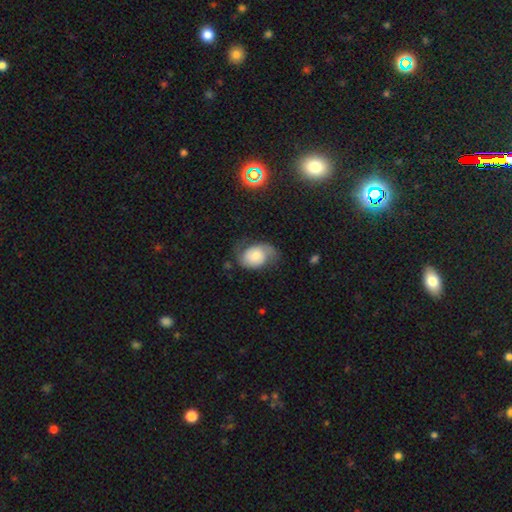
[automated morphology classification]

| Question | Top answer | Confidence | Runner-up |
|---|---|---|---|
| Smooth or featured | featured or disk | 53% | smooth (38%) |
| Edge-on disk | no | 96% | yes (4%) |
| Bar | no | 69% | weak (26%) |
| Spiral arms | yes | 84% | no (16%) |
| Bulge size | moderate | 50% | small (28%) |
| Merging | none | 51% | minor disturbance (28%) |